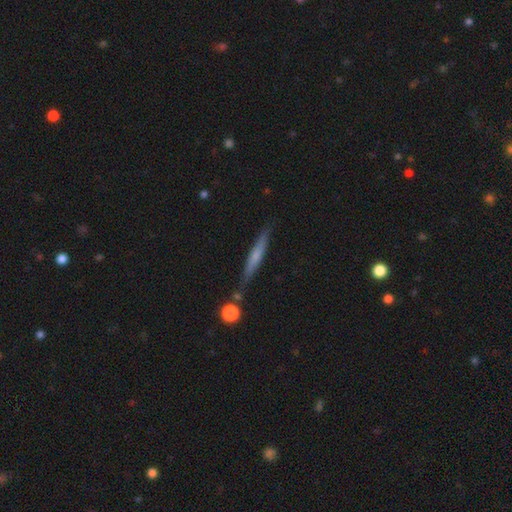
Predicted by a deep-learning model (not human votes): Smooth or featured?
  - smooth: 52% *
  - featured or disk: 41%
  - star or artifact: 7%
How rounded?
  - cigar-shaped: 93% *
  - in between: 5%
  - round: 2%
Merging?
  - none: 79% *
  - minor disturbance: 13%
  - merger: 4%
  - major disturbance: 3%